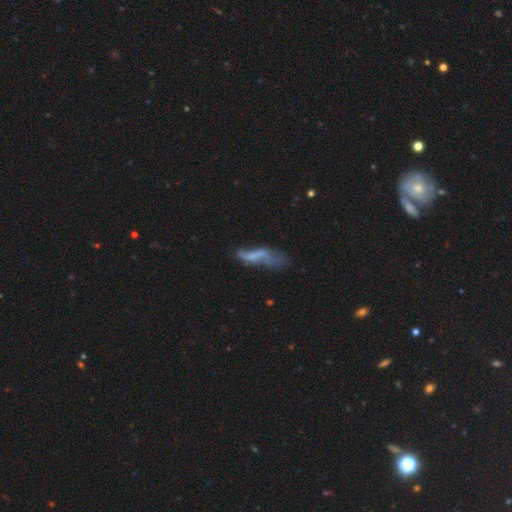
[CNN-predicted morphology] Overall: smooth (45%; featured or disk 44%). Merging: major disturbance (33%; none 31%).